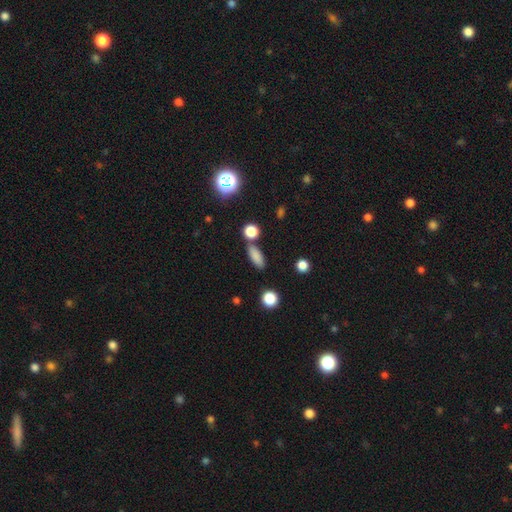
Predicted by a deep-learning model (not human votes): smooth-or-featured: smooth: 83% | star or artifact: 10% | featured or disk: 7%
  how-rounded: in between: 66% | cigar-shaped: 27% | round: 6%
  merging: none: 75% | minor disturbance: 11% | merger: 10% | major disturbance: 3%